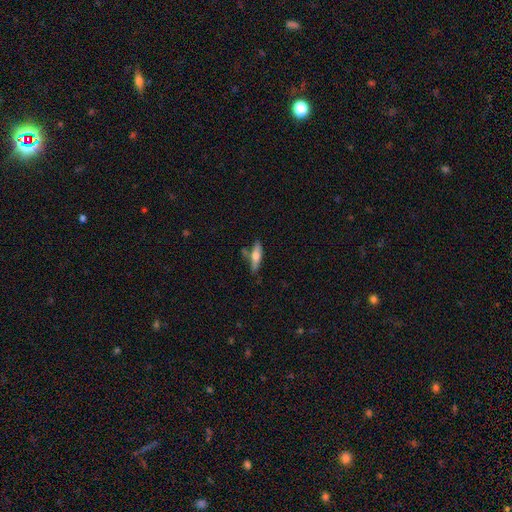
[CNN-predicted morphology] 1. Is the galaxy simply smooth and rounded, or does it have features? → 57% smooth, 37% featured or disk, 6% star or artifact.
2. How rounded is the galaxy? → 57% cigar-shaped, 40% in between, 3% round.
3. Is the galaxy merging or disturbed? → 62% none, 20% minor disturbance, 12% merger, 6% major disturbance.